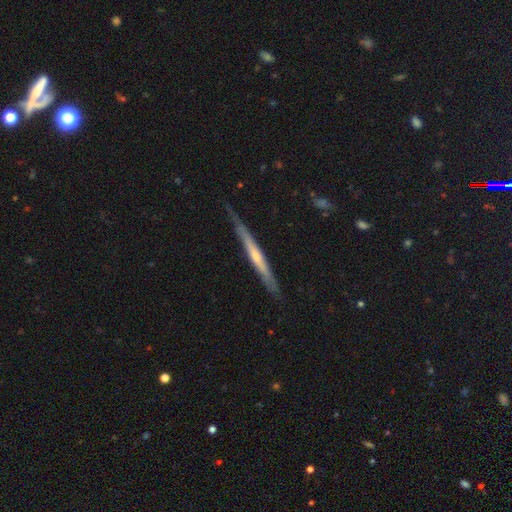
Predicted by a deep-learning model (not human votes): Morphology: type=featured or disk (64%); edge-on=yes (95%); edge-on bulge=none (54%); merging=none (78%).